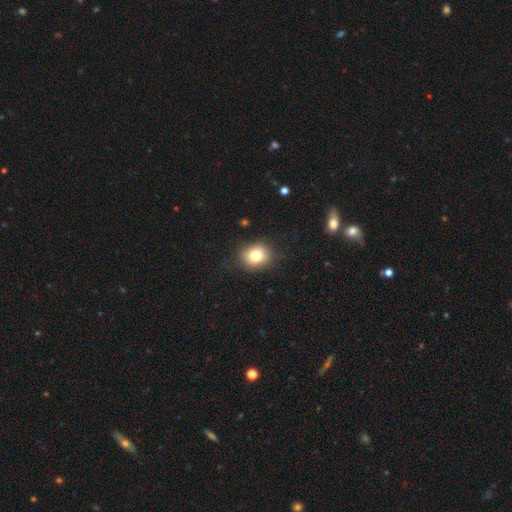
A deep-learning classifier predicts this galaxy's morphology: Smooth or featured? smooth (79%)
How rounded? round (62%)
Merging? none (83%)